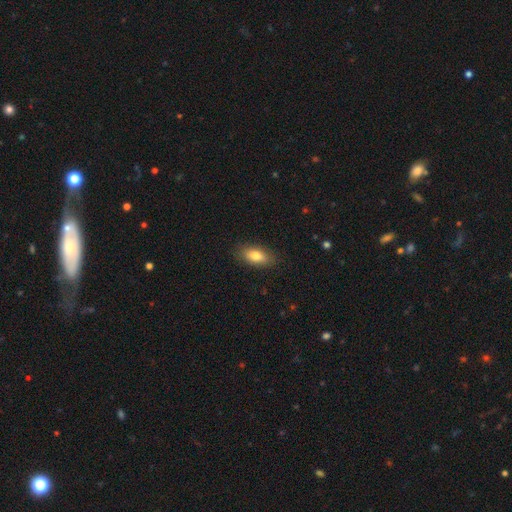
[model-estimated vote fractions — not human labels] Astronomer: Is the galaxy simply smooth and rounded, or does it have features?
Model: smooth — 81%.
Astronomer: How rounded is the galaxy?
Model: in between — 86%.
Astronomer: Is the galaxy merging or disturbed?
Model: none — 86%.